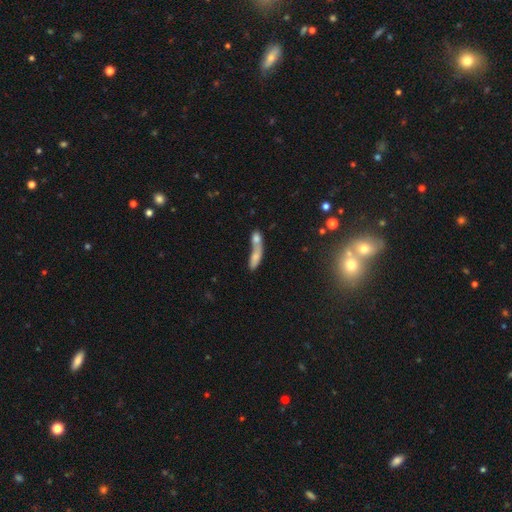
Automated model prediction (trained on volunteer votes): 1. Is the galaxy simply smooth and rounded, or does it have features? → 68% smooth, 22% featured or disk, 10% star or artifact.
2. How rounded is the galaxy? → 53% in between, 40% cigar-shaped, 7% round.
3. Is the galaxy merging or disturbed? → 73% merger, 14% none, 6% minor disturbance, 6% major disturbance.